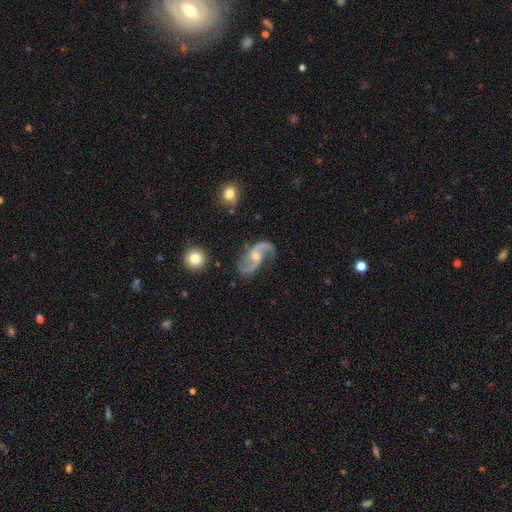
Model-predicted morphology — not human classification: type=featured or disk (92%); edge-on=no (98%); bar=no (53%); spiral arms=yes (98%); winding=loose (65%); arm count=2 (93%); bulge=moderate (52%); merging=none (76%).